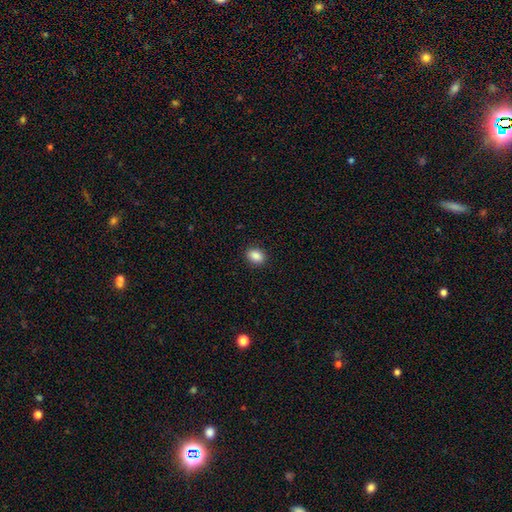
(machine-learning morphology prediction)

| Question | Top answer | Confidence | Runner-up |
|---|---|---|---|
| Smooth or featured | smooth | 88% | star or artifact (9%) |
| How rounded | in between | 66% | round (33%) |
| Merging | none | 90% | minor disturbance (7%) |